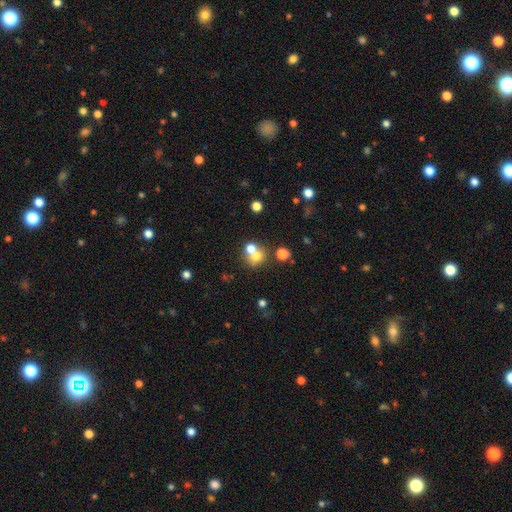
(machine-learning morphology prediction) This appears to be a smooth galaxy with no disk features (66%) that is round (79%). Merging: merger (48%).